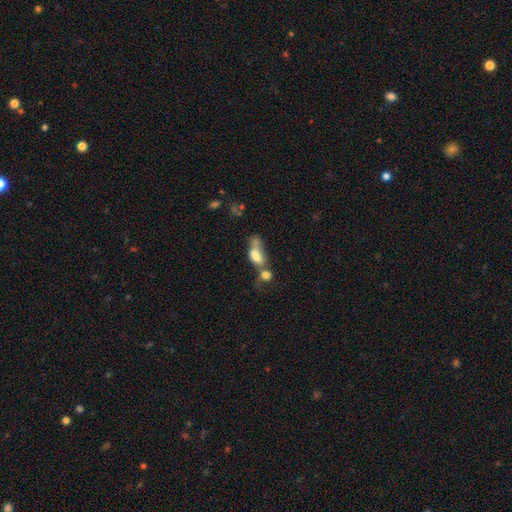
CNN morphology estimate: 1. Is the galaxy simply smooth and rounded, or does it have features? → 67% smooth, 22% featured or disk, 10% star or artifact.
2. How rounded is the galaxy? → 75% in between, 13% round, 12% cigar-shaped.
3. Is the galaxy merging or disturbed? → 62% merger, 15% none, 13% major disturbance, 10% minor disturbance.